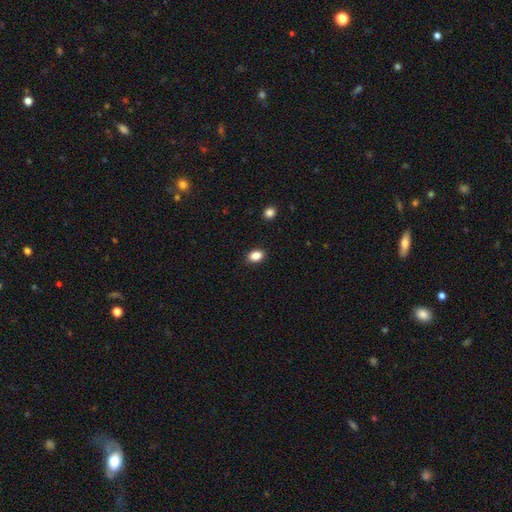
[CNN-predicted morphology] smooth-or-featured: smooth: 86% | star or artifact: 10% | featured or disk: 4%
  how-rounded: in between: 74% | round: 24% | cigar-shaped: 1%
  merging: none: 86% | minor disturbance: 10% | major disturbance: 2% | merger: 1%